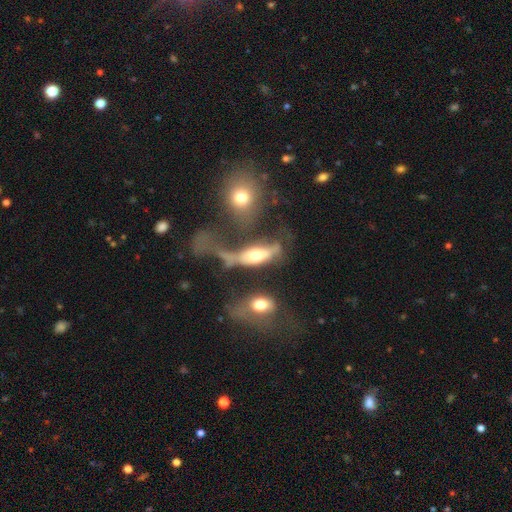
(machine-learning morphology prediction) Smooth or featured: featured or disk — 45% (tied with smooth — 45%)
Merging: merger — 40% (major disturbance — 32%)